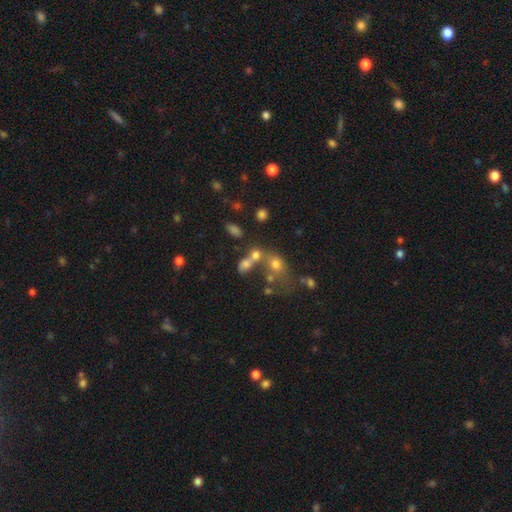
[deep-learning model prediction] This is likely a smooth galaxy (64%). How rounded: possibly in between (57%). Merging: possibly merger (48%).